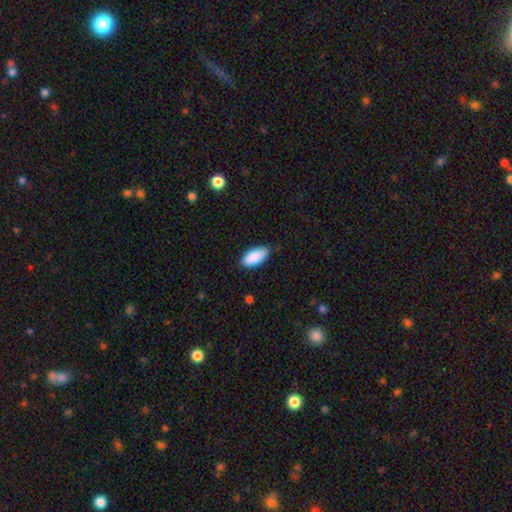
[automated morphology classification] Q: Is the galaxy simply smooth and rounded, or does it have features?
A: smooth — 89%.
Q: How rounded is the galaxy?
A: in between — 91%.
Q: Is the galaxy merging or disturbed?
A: none — 80%.